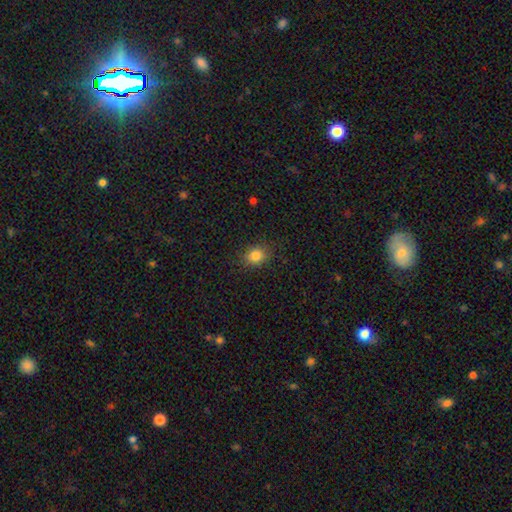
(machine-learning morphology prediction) Smooth or featured? Predicted: smooth (p=0.83). How rounded? Predicted: round (p=0.57). Merging? Predicted: none (p=0.86).